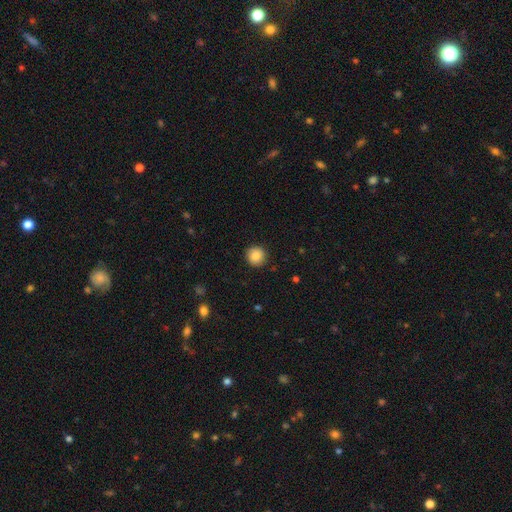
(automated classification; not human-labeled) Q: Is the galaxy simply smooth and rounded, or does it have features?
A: smooth — 86%.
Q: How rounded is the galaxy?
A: round — 94%.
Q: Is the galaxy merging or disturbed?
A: none — 91%.